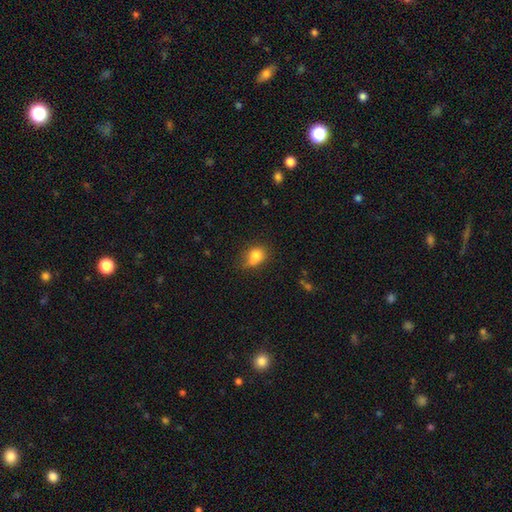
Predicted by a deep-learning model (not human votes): Q: Smooth or featured?
A: smooth (78%); runner-up: star or artifact (11%)
Q: How rounded?
A: round (49%); tied with: in between (49%)
Q: Merging?
A: none (47%); runner-up: minor disturbance (35%)